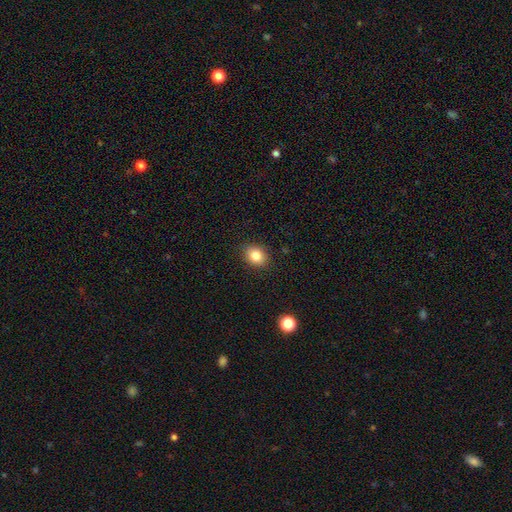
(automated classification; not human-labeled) The model was most divided on "how rounded": in between: 53%, round: 46%, cigar-shaped: 1%. More confident: merging — none (89%); smooth or featured — smooth (83%).